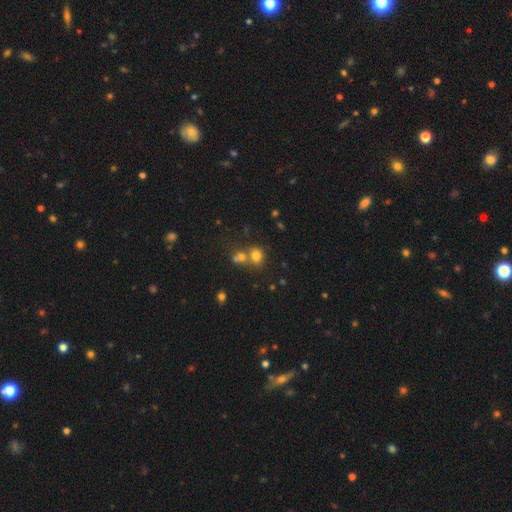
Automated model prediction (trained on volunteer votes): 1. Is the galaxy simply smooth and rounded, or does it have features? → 74% smooth, 17% star or artifact, 10% featured or disk.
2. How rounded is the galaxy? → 79% round, 20% in between, 1% cigar-shaped.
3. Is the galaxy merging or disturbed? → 50% none, 38% merger, 8% minor disturbance, 3% major disturbance.